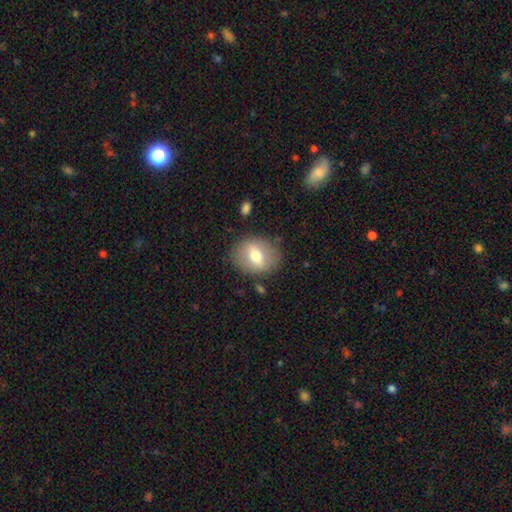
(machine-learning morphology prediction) Smooth or featured? smooth (61%)
How rounded? round (51%)
Merging? none (81%)